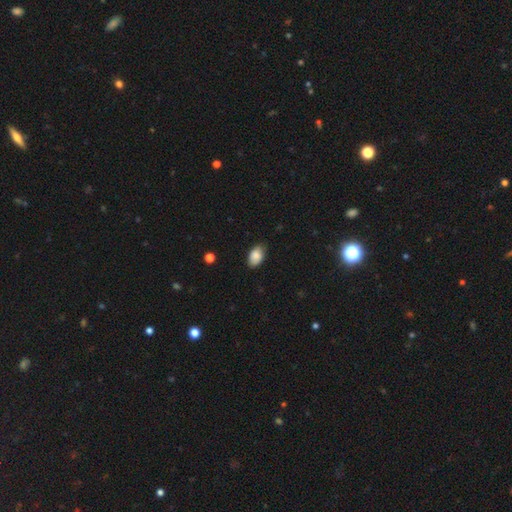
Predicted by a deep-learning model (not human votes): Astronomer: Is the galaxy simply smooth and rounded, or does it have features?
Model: smooth — 86%.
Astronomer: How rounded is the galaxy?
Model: in between — 90%.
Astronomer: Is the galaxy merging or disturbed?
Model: none — 79%.